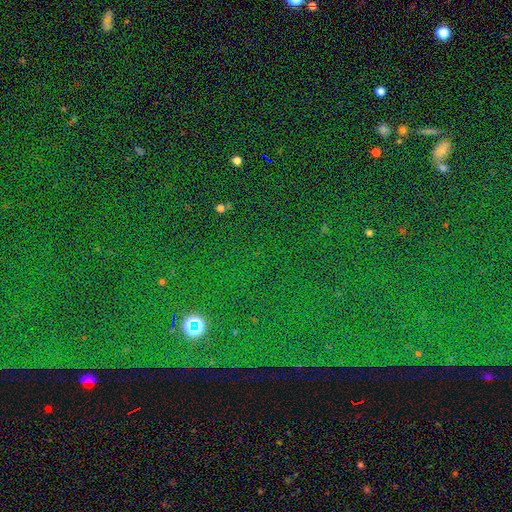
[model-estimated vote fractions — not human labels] smooth-or-featured: star or artifact: 82% | smooth: 11% | featured or disk: 8%